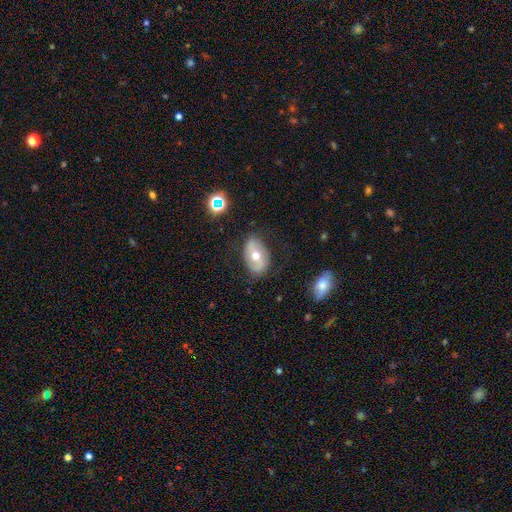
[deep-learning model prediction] Smooth or featured: smooth — 46% (tied with featured or disk — 46%)
Merging: none — 74% (minor disturbance — 19%)